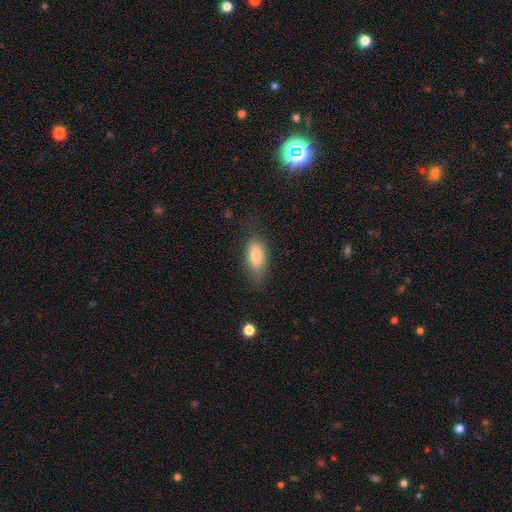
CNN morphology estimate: type=smooth (80%); roundness=in between (84%); merging=none (71%).